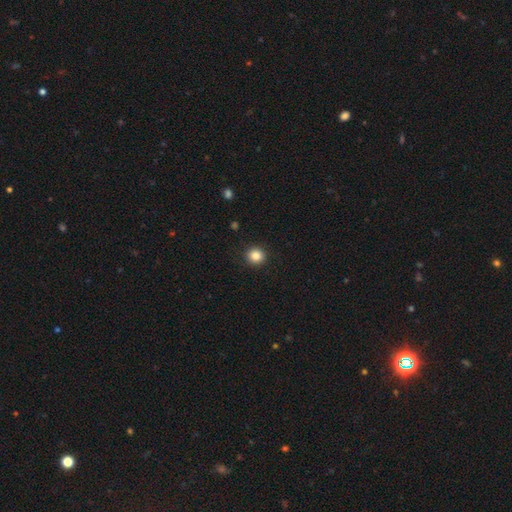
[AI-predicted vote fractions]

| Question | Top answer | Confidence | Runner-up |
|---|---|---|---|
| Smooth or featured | smooth | 85% | star or artifact (10%) |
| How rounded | round | 90% | in between (9%) |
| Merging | none | 92% | minor disturbance (5%) |